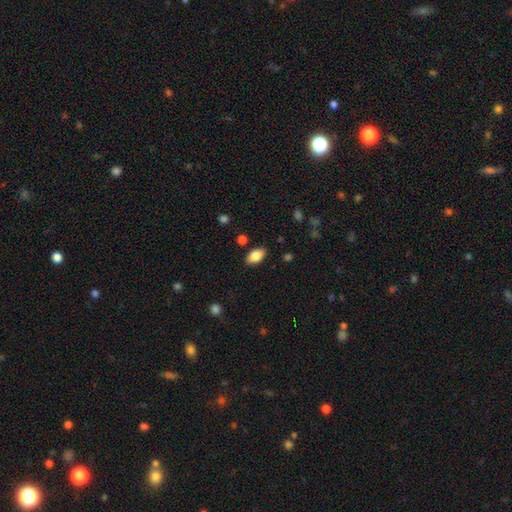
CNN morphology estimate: Smooth or featured? smooth (83%)
How rounded? in between (91%)
Merging? none (85%)